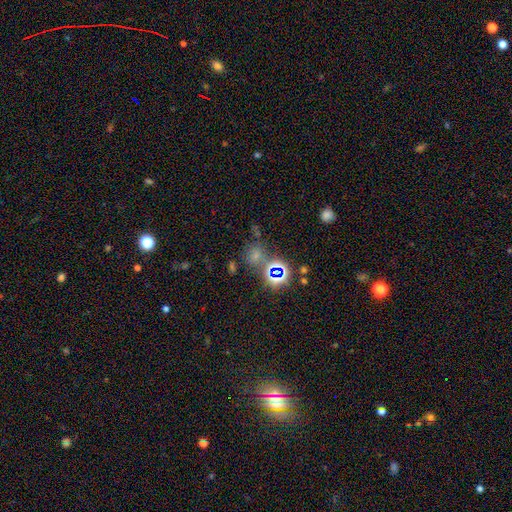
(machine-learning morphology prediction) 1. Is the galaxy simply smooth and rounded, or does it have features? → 46% star or artifact (tied), 46% smooth (tied), 8% featured or disk.